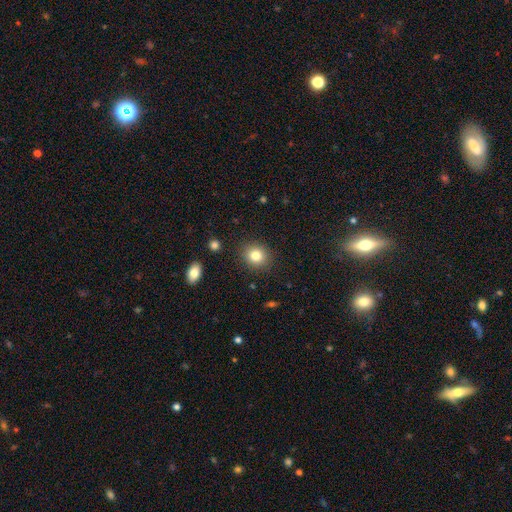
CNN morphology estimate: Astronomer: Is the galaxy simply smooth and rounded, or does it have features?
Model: smooth — 82%.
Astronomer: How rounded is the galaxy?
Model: round — 75%.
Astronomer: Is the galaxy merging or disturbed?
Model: none — 89%.